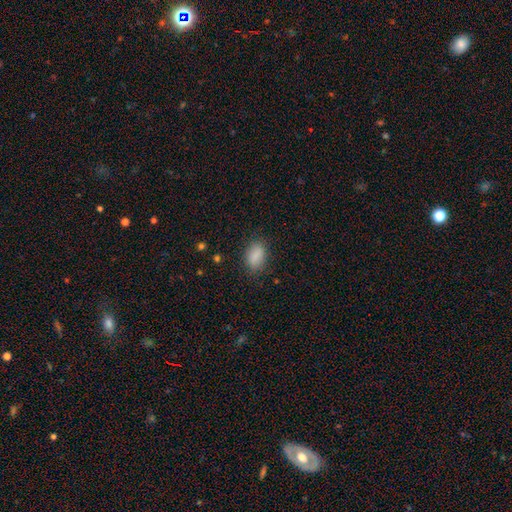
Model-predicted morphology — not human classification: type=smooth (86%); roundness=in between (87%); merging=none (80%).